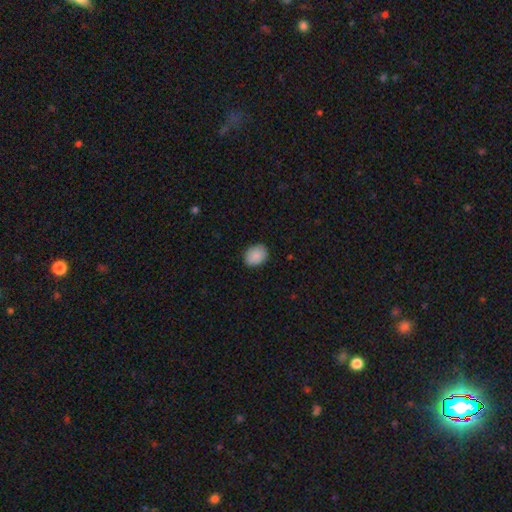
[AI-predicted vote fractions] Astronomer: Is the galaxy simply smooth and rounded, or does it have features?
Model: smooth — 88%.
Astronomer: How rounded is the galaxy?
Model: in between — 62% (runner-up: round, 37%).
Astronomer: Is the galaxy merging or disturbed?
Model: none — 85%.